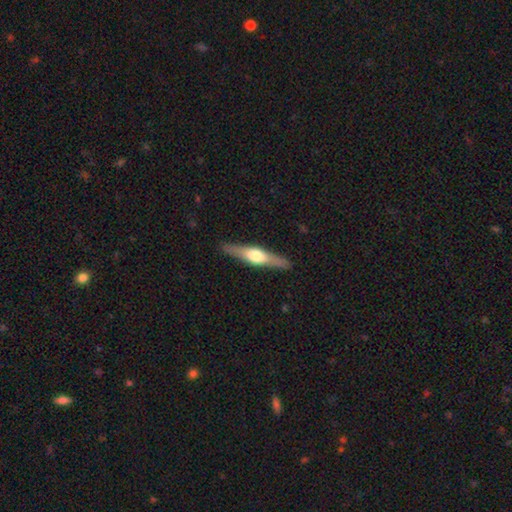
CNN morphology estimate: The model was most divided on "smooth or featured": featured or disk: 66%, smooth: 29%, star or artifact: 5%. More confident: edge-on disk — yes (96%); edge-on bulge — rounded (90%); merging — none (90%).